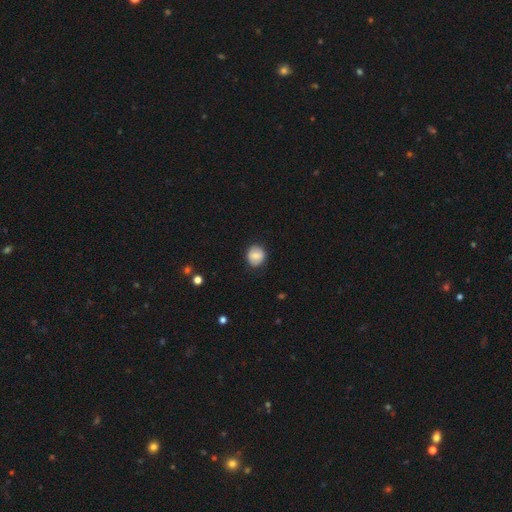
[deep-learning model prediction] Smooth or featured?
  - smooth: 79% *
  - featured or disk: 13%
  - star or artifact: 8%
How rounded?
  - round: 79% *
  - in between: 20%
  - cigar-shaped: 1%
Merging?
  - none: 83% *
  - minor disturbance: 13%
  - major disturbance: 3%
  - merger: 1%